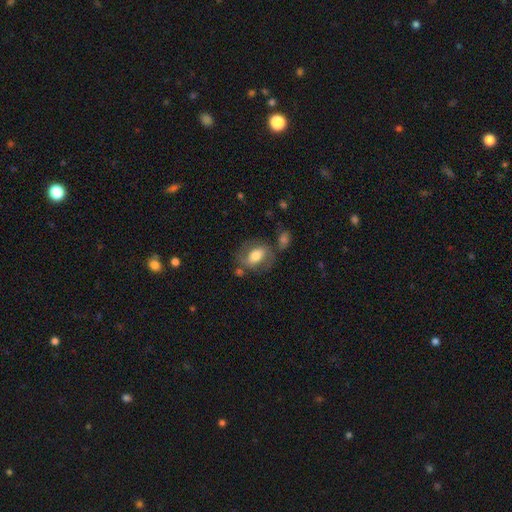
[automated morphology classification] Smooth or featured?
  - smooth: 49% *
  - featured or disk: 44%
  - star or artifact: 7%
Merging?
  - none: 59% *
  - minor disturbance: 19%
  - major disturbance: 12%
  - merger: 11%